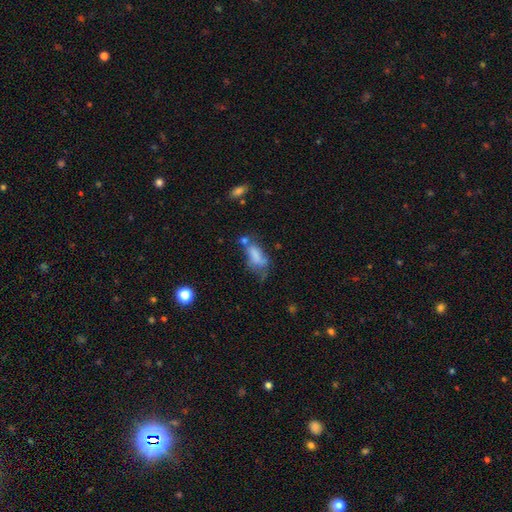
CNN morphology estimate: smooth-or-featured: smooth: 67% | featured or disk: 21% | star or artifact: 11%
  how-rounded: in between: 81% | cigar-shaped: 14% | round: 4%
  merging: major disturbance: 28% | minor disturbance: 25% | none: 25% | merger: 22%